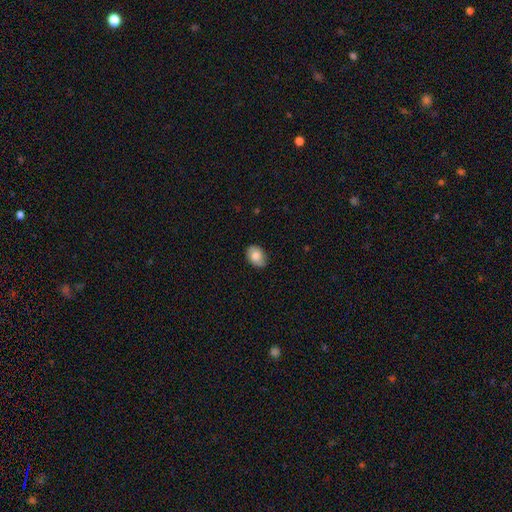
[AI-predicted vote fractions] Overall: smooth (78%). How rounded: in between (72%). Merging: none (81%).